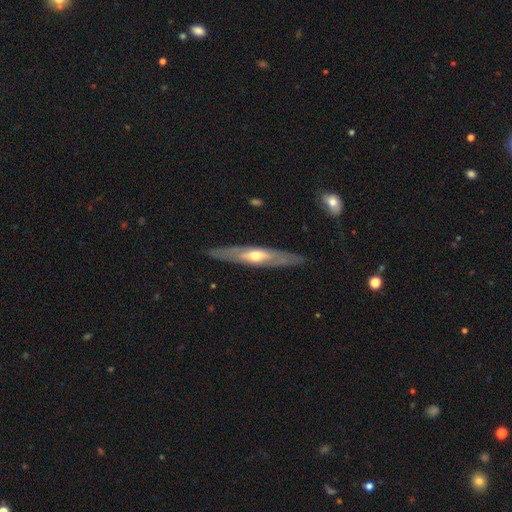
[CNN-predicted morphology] Smooth or featured?
  - featured or disk: 67% *
  - smooth: 28%
  - star or artifact: 5%
Edge-on disk?
  - yes: 66% *
  - no: 34%
Merging?
  - none: 86% *
  - minor disturbance: 10%
  - major disturbance: 2%
  - merger: 1%